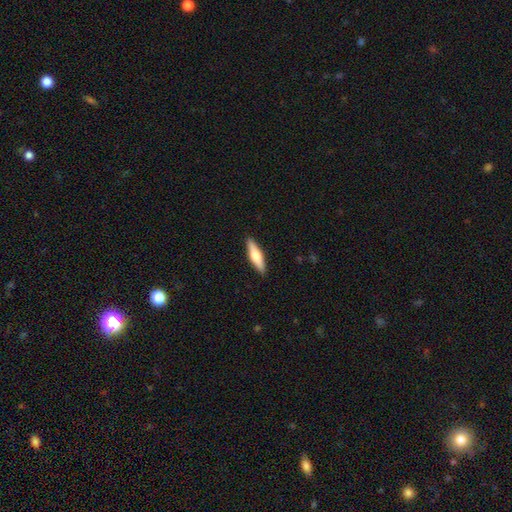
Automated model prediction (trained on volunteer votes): This is possibly a smooth galaxy (52%). How rounded: likely cigar-shaped (70%). Merging: clearly none (91%).